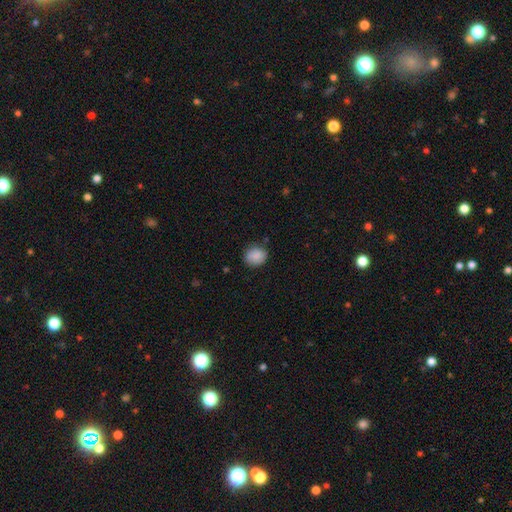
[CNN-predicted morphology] smooth_or_featured: smooth (p=0.87) [alt: star or artifact p=0.08]
how_rounded: round (p=0.70) [alt: in between p=0.29]
merging: none (p=0.80) [alt: minor disturbance p=0.16]